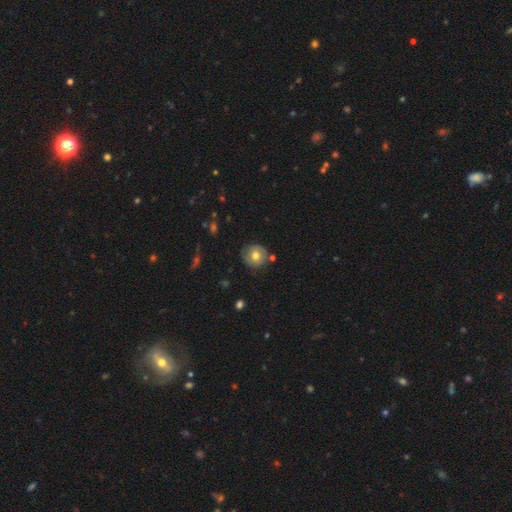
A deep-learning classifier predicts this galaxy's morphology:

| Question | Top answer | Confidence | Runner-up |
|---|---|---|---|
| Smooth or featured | smooth | 65% | featured or disk (25%) |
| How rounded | round | 88% | in between (11%) |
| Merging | none | 79% | minor disturbance (14%) |